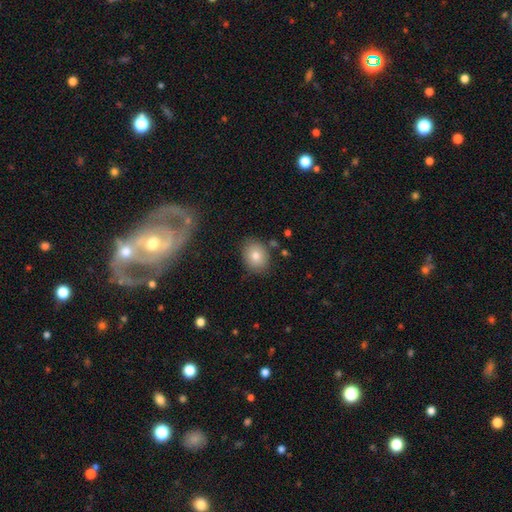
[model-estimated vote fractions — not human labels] smooth 79%, featured or disk 12%, star or artifact 10%. Down the decision tree: how rounded — round (54%); merging — none (83%).